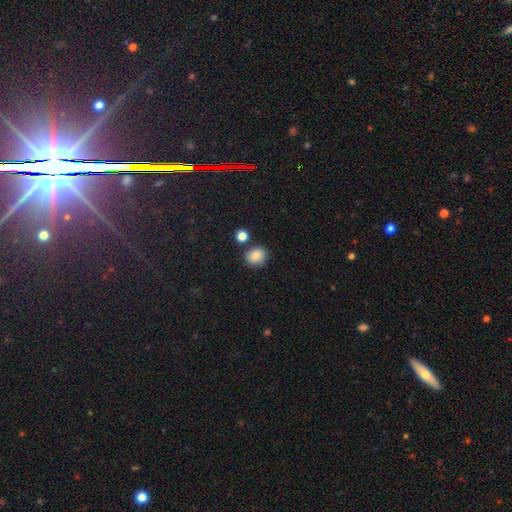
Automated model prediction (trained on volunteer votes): A smooth galaxy with no disk features (84%) that is round (75%).

Vote fractions:
- Smooth or featured? smooth: 84% / star or artifact: 10% / featured or disk: 6%
- How rounded? round: 75% / in between: 24% / cigar-shaped: 1%
- Merging? none: 79% / minor disturbance: 11% / merger: 7% / major disturbance: 3%